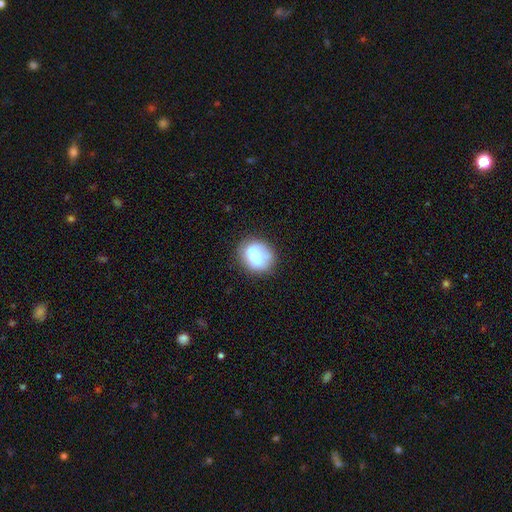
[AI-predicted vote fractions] Morphology: type=smooth (67%); roundness=round (57%); merging=none (59%).